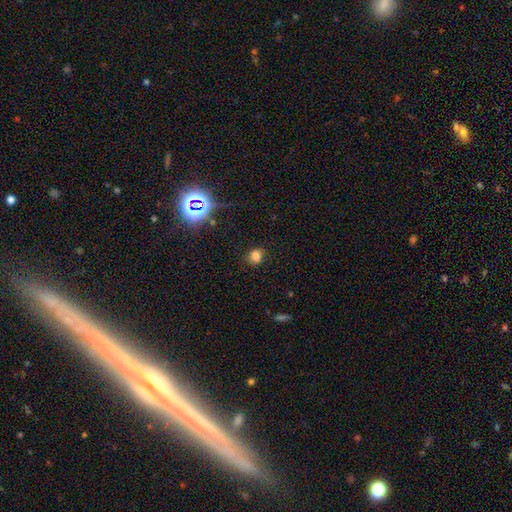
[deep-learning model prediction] Morphology: type=smooth (75%); roundness=round (51%); merging=none (72%).